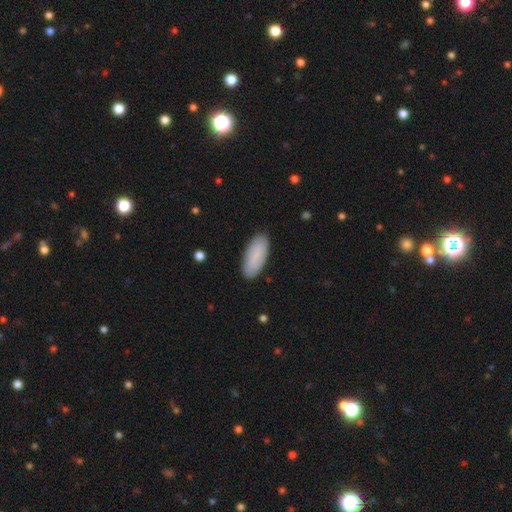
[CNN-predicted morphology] A smooth galaxy with no disk features (83%) that is in between round and cigar-shaped (83%).

Vote fractions:
- Smooth or featured? smooth: 83% / featured or disk: 11% / star or artifact: 6%
- How rounded? in between: 83% / cigar-shaped: 16% / round: 2%
- Merging? none: 88% / minor disturbance: 9% / major disturbance: 2% / merger: 1%